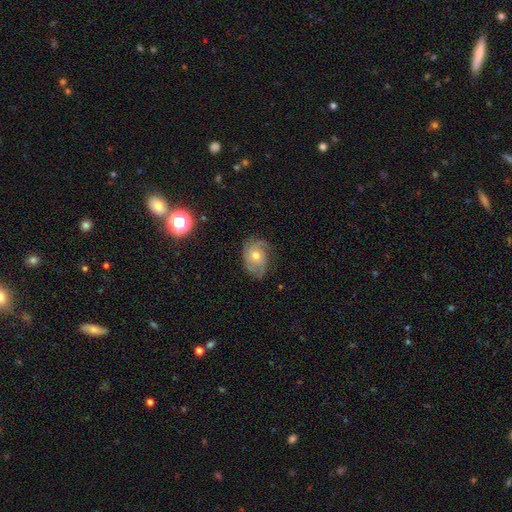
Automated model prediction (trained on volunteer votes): Smooth or featured: featured or disk — 63% (smooth — 27%)
Edge-on disk: no — 96% (yes — 4%)
Bar: no — 81% (weak — 16%)
Spiral arms: yes — 85% (no — 15%)
Spiral winding: tight — 47% (medium — 37%)
Spiral arm count: can't tell — 34% (2 — 28%)
Bulge size: moderate — 55% (small — 40%)
Merging: none — 65% (minor disturbance — 24%)